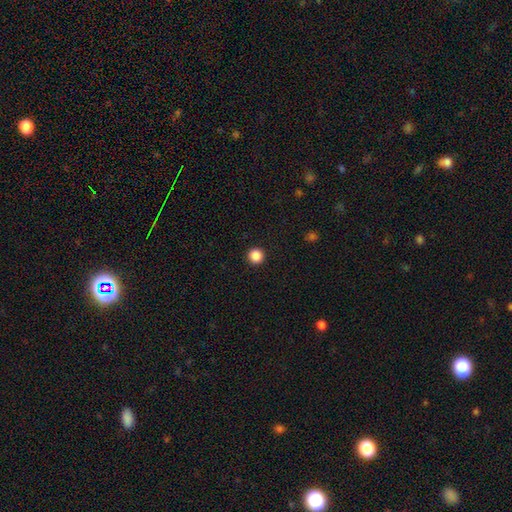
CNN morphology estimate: This appears to be a smooth galaxy with no disk features (88%) that is round (96%). Merging: none (94%).